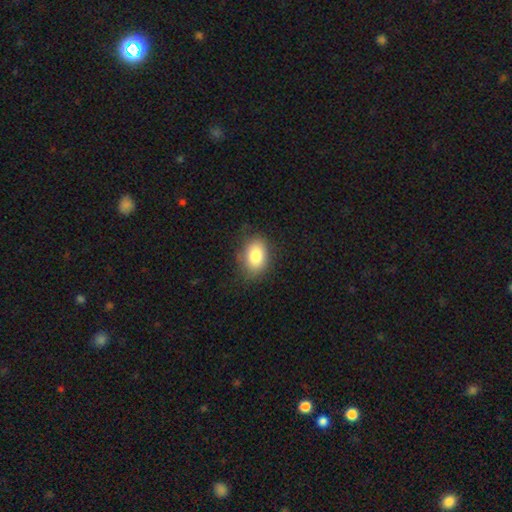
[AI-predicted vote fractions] Smooth or featured?
  - smooth: 83% *
  - featured or disk: 9%
  - star or artifact: 8%
How rounded?
  - in between: 82% *
  - round: 17%
  - cigar-shaped: 1%
Merging?
  - none: 75% *
  - minor disturbance: 18%
  - major disturbance: 5%
  - merger: 1%